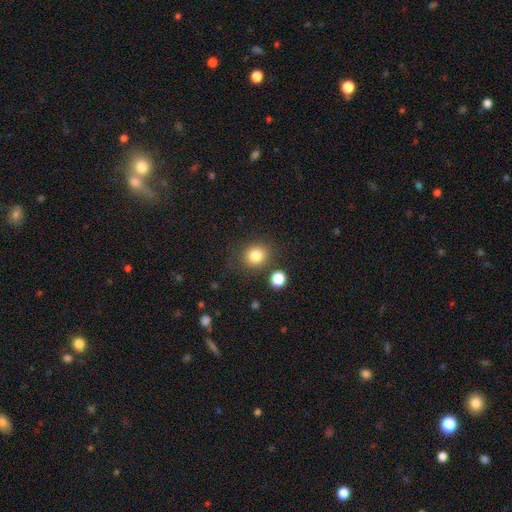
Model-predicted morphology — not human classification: Smooth or featured? Predicted: smooth (p=0.82). How rounded? Predicted: round (p=0.82). Merging? Predicted: none (p=0.79).